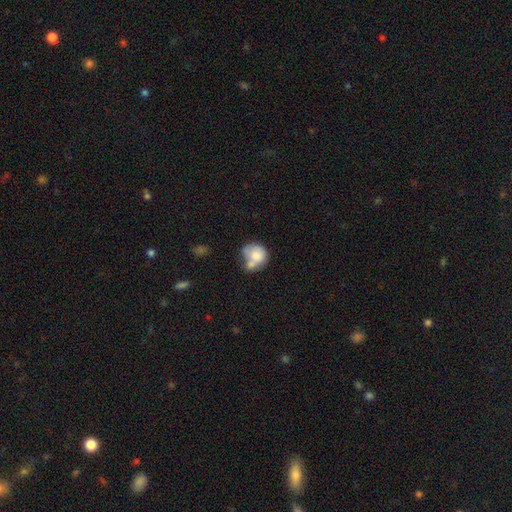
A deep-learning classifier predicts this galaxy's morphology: type=smooth (71%); roundness=round (67%); merging=merger (47%).